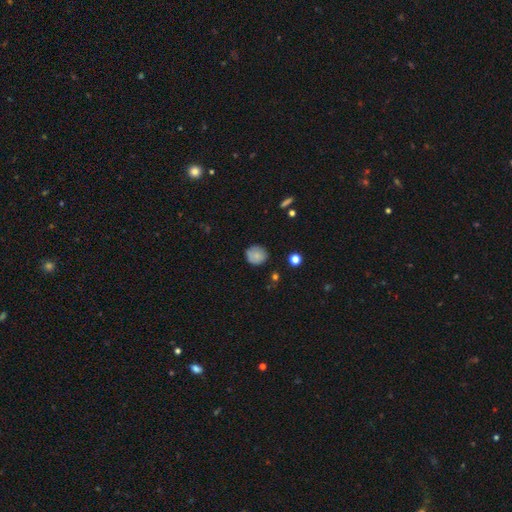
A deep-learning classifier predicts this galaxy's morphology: type=smooth (80%); roundness=round (87%); merging=none (78%).